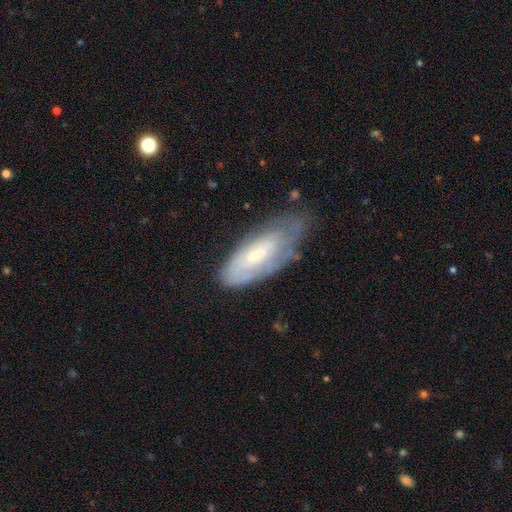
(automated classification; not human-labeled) smooth-or-featured: featured or disk: 55% | smooth: 38% | star or artifact: 7%
  disk-edge-on: no: 86% | yes: 14%
  merging: none: 46% | minor disturbance: 35% | major disturbance: 17% | merger: 2%